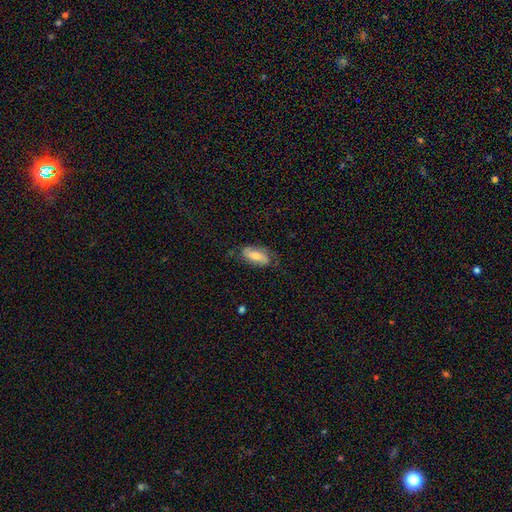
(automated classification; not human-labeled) A smooth galaxy with no disk features (50%) that is in between round and cigar-shaped (84%).

Vote fractions:
- Smooth or featured? smooth: 50% / featured or disk: 42% / star or artifact: 8%
- How rounded? in between: 84% / cigar-shaped: 13% / round: 4%
- Merging? none: 66% / minor disturbance: 23% / major disturbance: 9% / merger: 1%